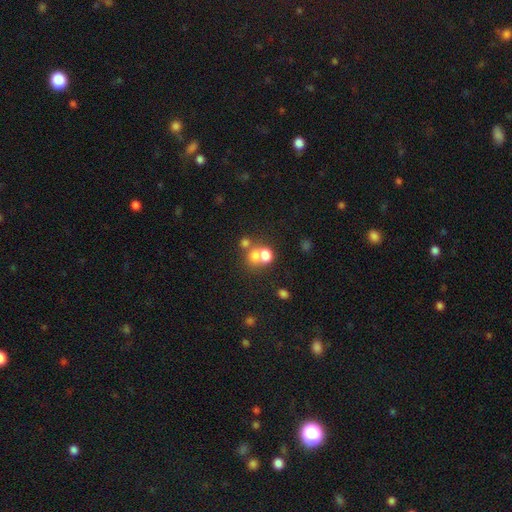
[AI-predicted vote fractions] Smooth or featured?
  - smooth: 68% *
  - featured or disk: 16%
  - star or artifact: 16%
How rounded?
  - round: 72% *
  - in between: 27%
  - cigar-shaped: 1%
Merging?
  - merger: 54% *
  - none: 34%
  - minor disturbance: 7%
  - major disturbance: 5%